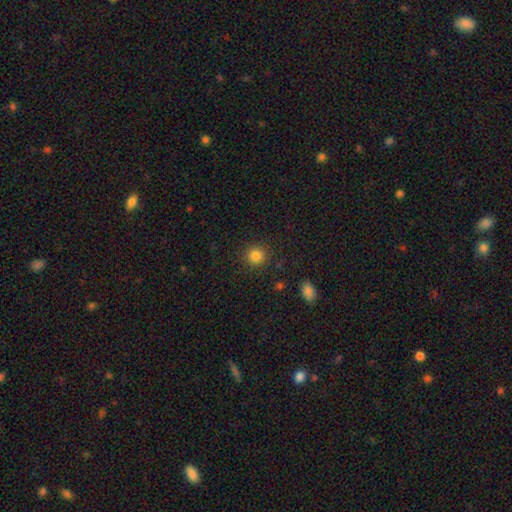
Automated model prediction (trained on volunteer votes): smooth 83%, star or artifact 12%, featured or disk 5%. Down the decision tree: how rounded — round (90%); merging — none (89%).